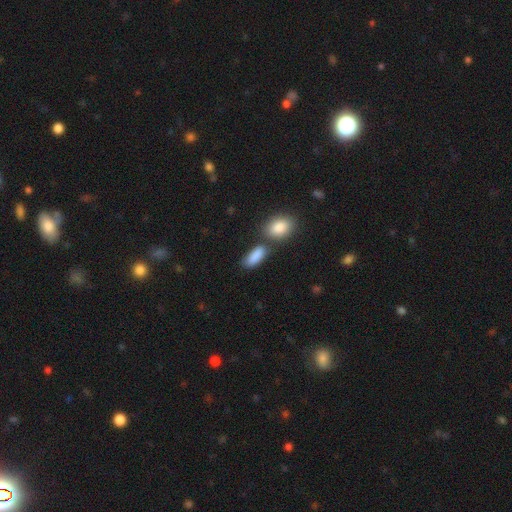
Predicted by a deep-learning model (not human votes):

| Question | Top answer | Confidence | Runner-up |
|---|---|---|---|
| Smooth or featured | smooth | 88% | star or artifact (7%) |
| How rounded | in between | 80% | cigar-shaped (16%) |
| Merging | none | 60% | merger (23%) |